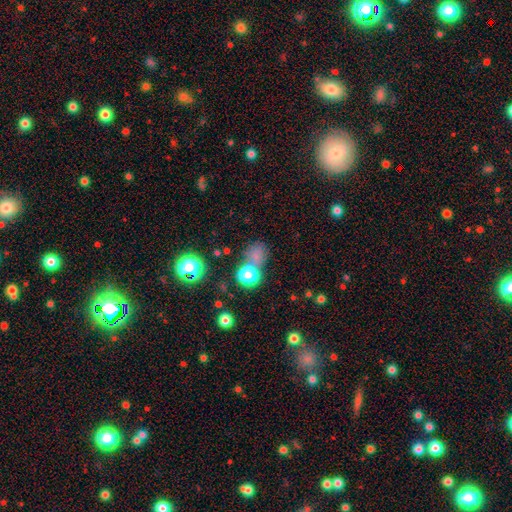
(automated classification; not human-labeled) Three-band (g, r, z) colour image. It shows a smooth galaxy with no disk features (59%) that is round (63%). Merging: none (55%).